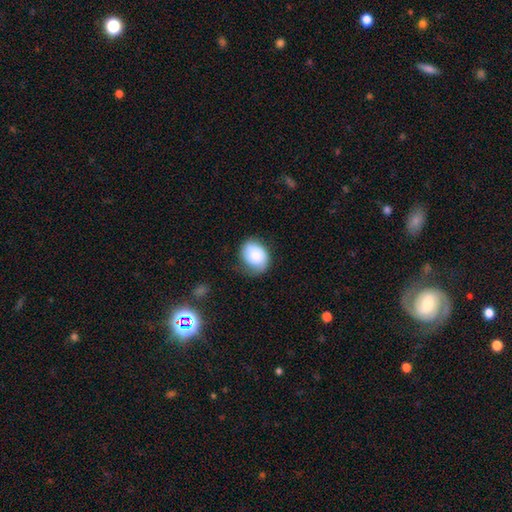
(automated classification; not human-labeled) Q: Smooth or featured?
A: smooth (77%); runner-up: featured or disk (16%)
Q: How rounded?
A: in between (59%); runner-up: round (40%)
Q: Merging?
A: none (54%); runner-up: minor disturbance (33%)